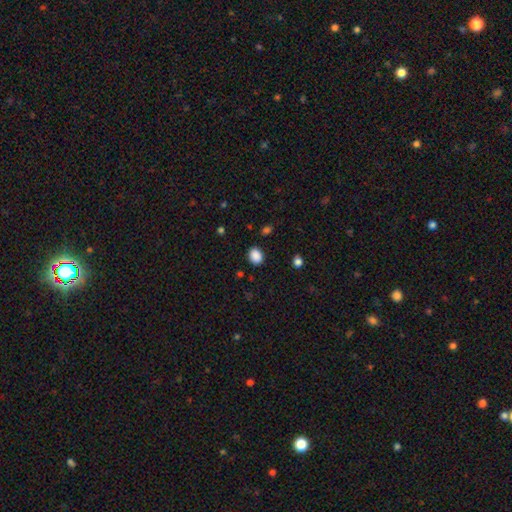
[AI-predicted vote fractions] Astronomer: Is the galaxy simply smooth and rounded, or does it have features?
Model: smooth — 88%.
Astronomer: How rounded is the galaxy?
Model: round — 54% (runner-up: in between, 45%).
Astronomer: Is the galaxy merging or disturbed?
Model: none — 87%.